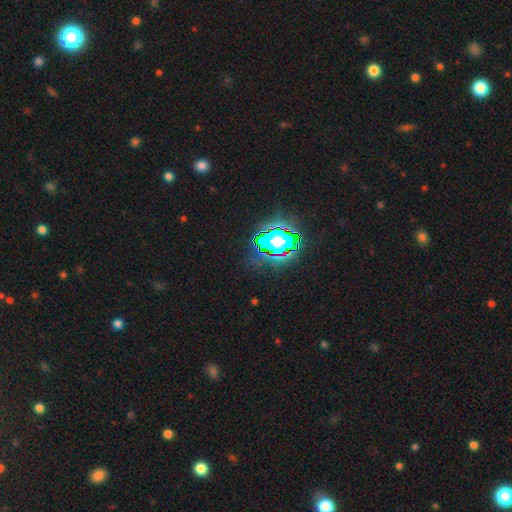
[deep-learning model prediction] Morphology: type=star or artifact (82%).